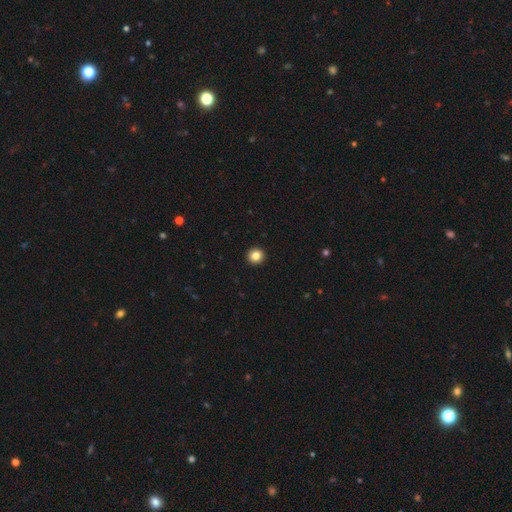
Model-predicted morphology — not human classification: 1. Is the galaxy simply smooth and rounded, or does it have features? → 84% smooth, 10% star or artifact, 5% featured or disk.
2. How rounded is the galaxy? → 95% round, 4% in between, 1% cigar-shaped.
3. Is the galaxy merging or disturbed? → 94% none, 4% minor disturbance, 1% major disturbance, 1% merger.